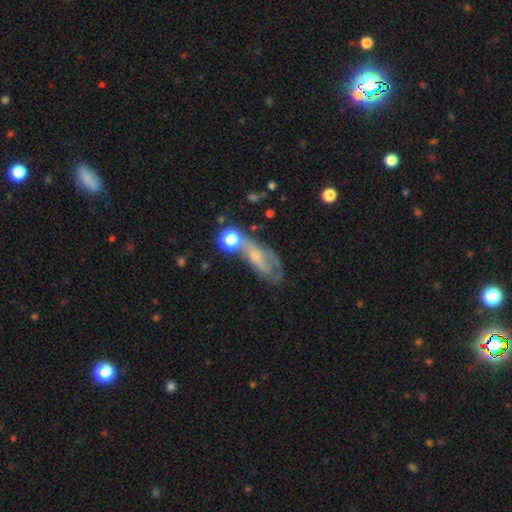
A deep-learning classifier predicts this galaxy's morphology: Overall: featured or disk (51%; smooth 36%). Edge-on disk: no (83%). Merging: none (33%; major disturbance 28%).